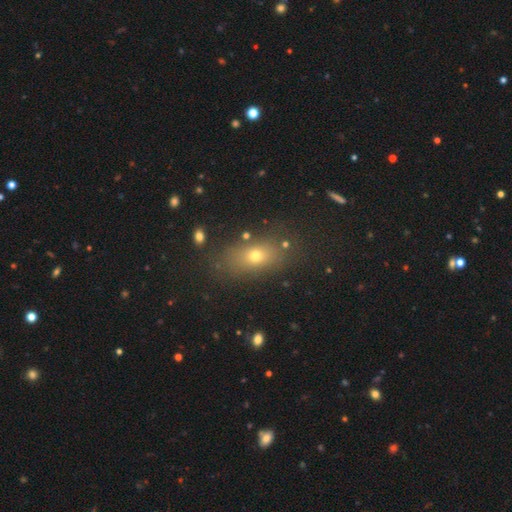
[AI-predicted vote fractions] smooth-or-featured: smooth: 63% | star or artifact: 22% | featured or disk: 15%
  how-rounded: in between: 71% | round: 19% | cigar-shaped: 10%
  merging: none: 81% | minor disturbance: 11% | major disturbance: 4% | merger: 3%